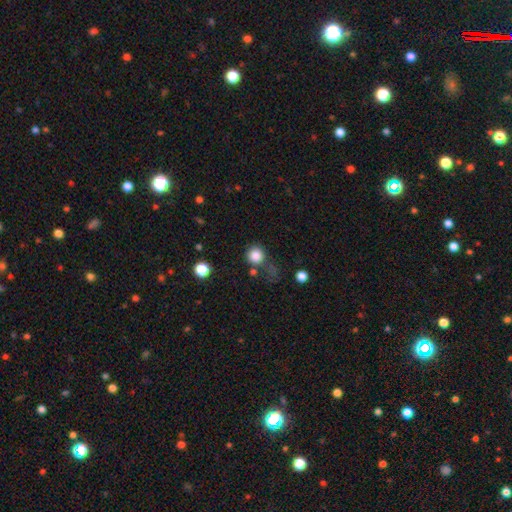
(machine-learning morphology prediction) type=smooth (84%); roundness=round (92%); merging=none (65%).